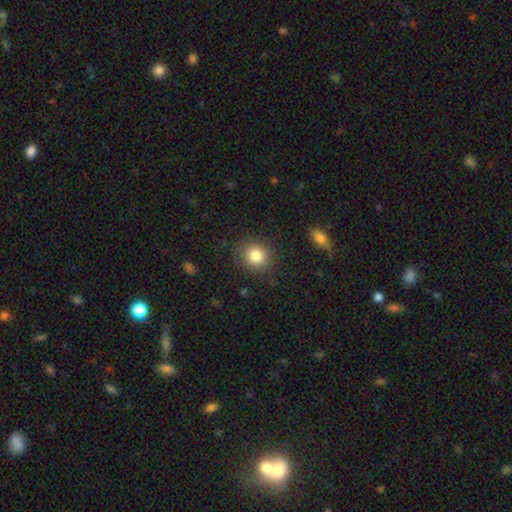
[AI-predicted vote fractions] Smooth or featured? Predicted: smooth (p=0.83). How rounded? Predicted: round (p=0.83). Merging? Predicted: none (p=0.87).